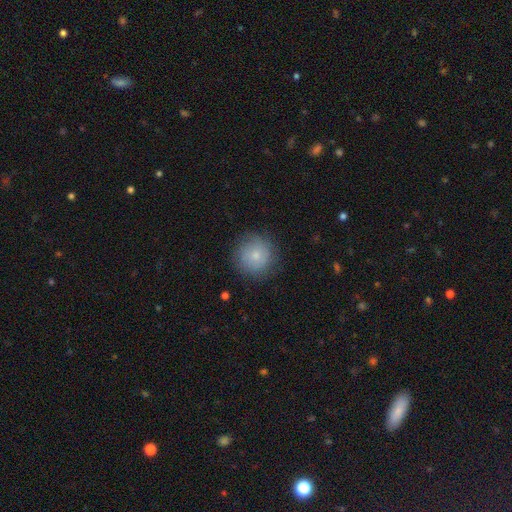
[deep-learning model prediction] smooth_or_featured: smooth (p=0.75) [alt: featured or disk p=0.16]
how_rounded: round (p=0.94) [alt: in between p=0.05]
merging: none (p=0.83) [alt: minor disturbance p=0.12]